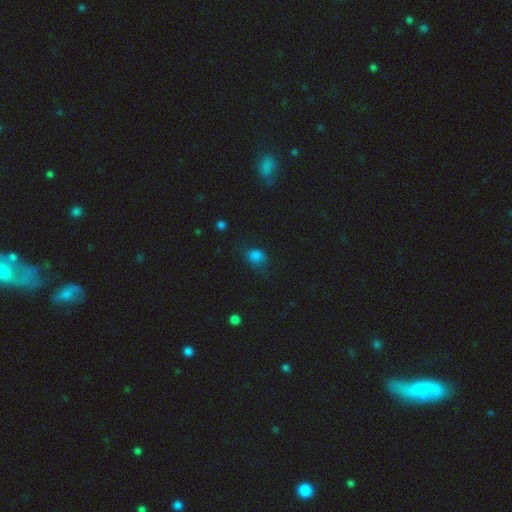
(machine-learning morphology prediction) Smooth or featured: smooth — 79% (star or artifact — 15%)
How rounded: in between — 57% (round — 42%)
Merging: none — 53% (minor disturbance — 31%)